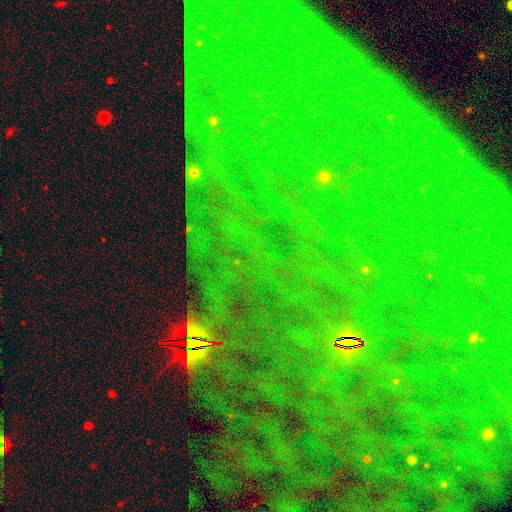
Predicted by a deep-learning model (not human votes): Smooth or featured? Predicted: star or artifact (p=0.85).